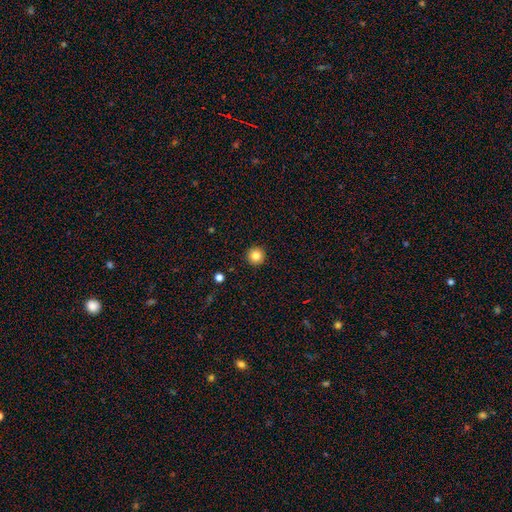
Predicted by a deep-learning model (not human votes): Smooth or featured? smooth (83%)
How rounded? round (96%)
Merging? none (93%)